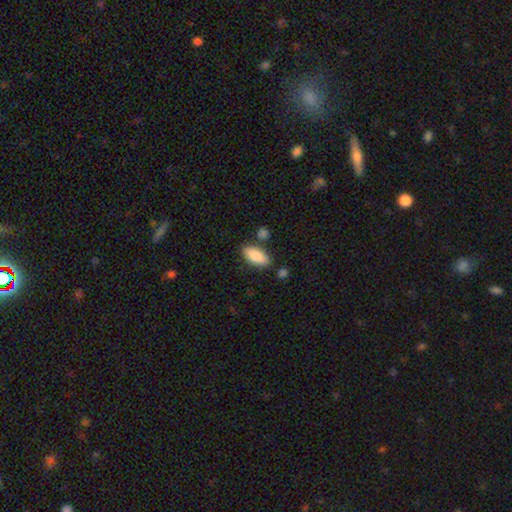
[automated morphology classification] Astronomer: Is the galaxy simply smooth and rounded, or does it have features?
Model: smooth — 87%.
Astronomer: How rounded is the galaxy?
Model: in between — 85%.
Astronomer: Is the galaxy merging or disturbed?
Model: none — 78%.